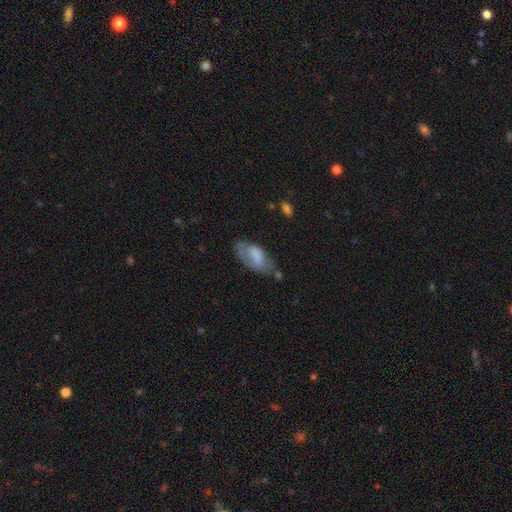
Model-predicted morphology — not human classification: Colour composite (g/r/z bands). It shows a smooth galaxy with no disk features (63%) that is in between round and cigar-shaped (91%). Merging: none (43%).